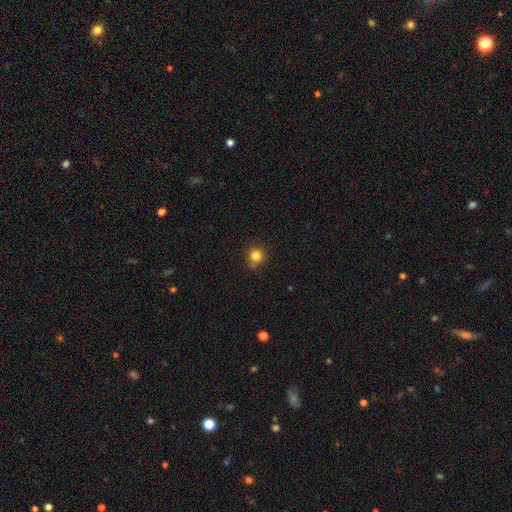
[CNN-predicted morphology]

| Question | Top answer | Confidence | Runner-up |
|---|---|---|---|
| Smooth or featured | smooth | 83% | star or artifact (12%) |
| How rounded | round | 93% | in between (6%) |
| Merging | none | 80% | minor disturbance (11%) |